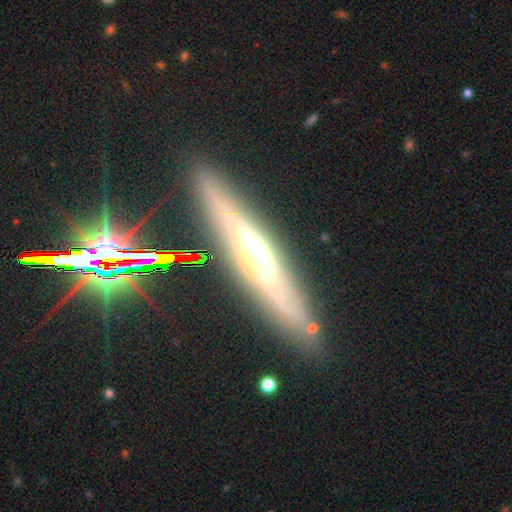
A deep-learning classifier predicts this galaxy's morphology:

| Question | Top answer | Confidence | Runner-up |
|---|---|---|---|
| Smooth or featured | featured or disk | 69% | smooth (19%) |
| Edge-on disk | yes | 84% | no (16%) |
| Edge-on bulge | rounded | 71% | none (17%) |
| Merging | none | 84% | minor disturbance (11%) |